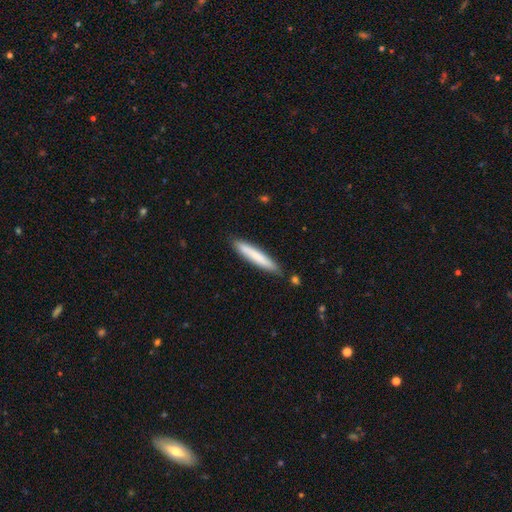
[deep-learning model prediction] Smooth or featured? Predicted: smooth (p=0.75). How rounded? Predicted: cigar-shaped (p=0.94). Merging? Predicted: none (p=0.87).